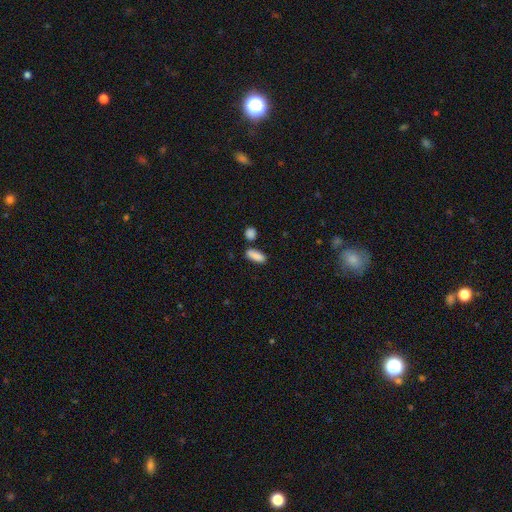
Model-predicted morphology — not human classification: smooth_or_featured: smooth (p=0.88) [alt: star or artifact p=0.07]
how_rounded: in between (p=0.69) [alt: cigar-shaped p=0.28]
merging: none (p=0.72) [alt: minor disturbance p=0.13]